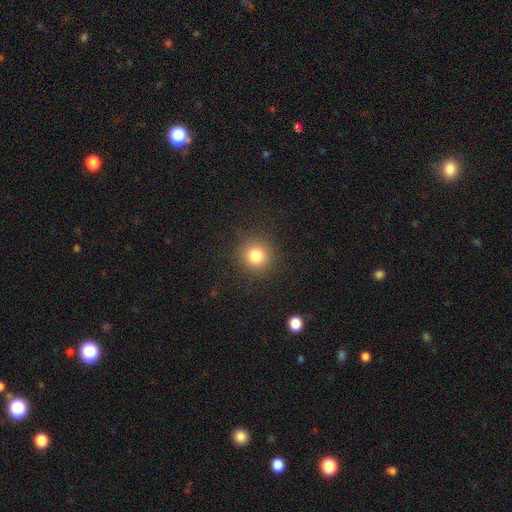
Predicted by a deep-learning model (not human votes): This appears to be a smooth galaxy with no disk features (81%) that is round (93%). Merging: none (89%).